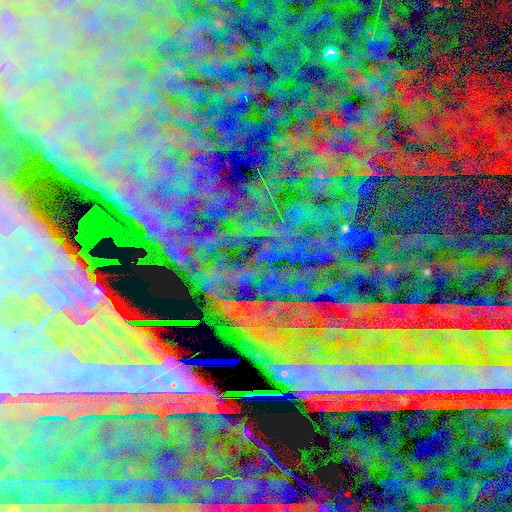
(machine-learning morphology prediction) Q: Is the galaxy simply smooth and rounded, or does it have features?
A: star or artifact — 87%.